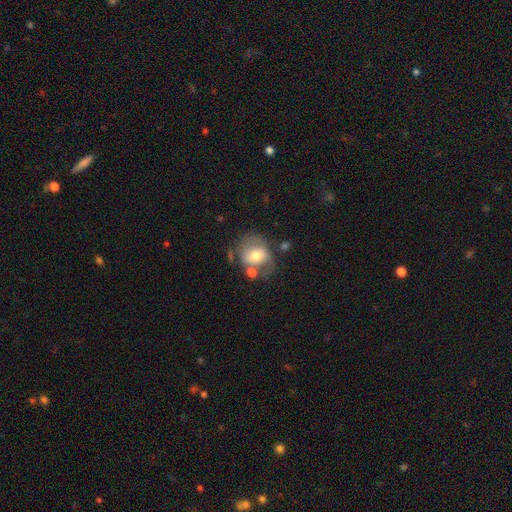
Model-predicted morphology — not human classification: Overall: smooth (49%; featured or disk 43%). Merging: none (49%; minor disturbance 21%).